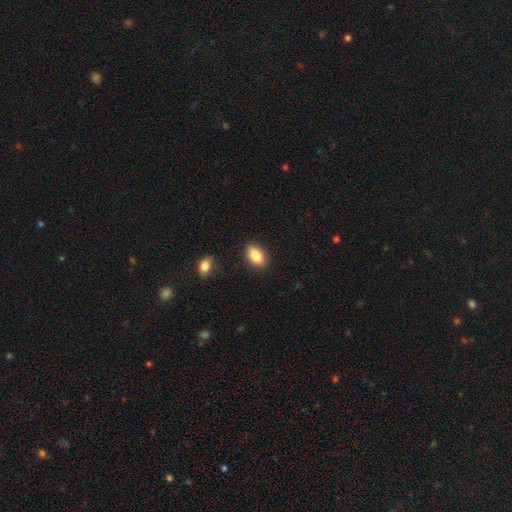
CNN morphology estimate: smooth_or_featured: smooth (p=0.86) [alt: star or artifact p=0.08]
how_rounded: in between (p=0.88) [alt: round p=0.10]
merging: none (p=0.86) [alt: minor disturbance p=0.09]